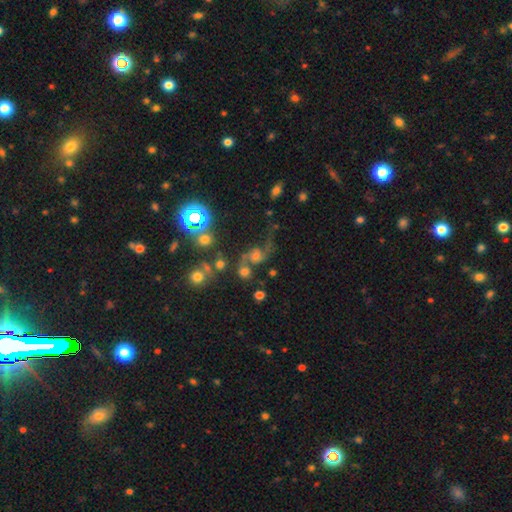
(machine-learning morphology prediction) The model was most divided on "bulge size": moderate: 38%, small: 25%, large: 16%, none: 16%, dominant: 5%. Remaining: edge-on disk — no (96%); spiral arms — yes (83%); bar — no (70%); smooth or featured — featured or disk (56%); merging — none (40%).